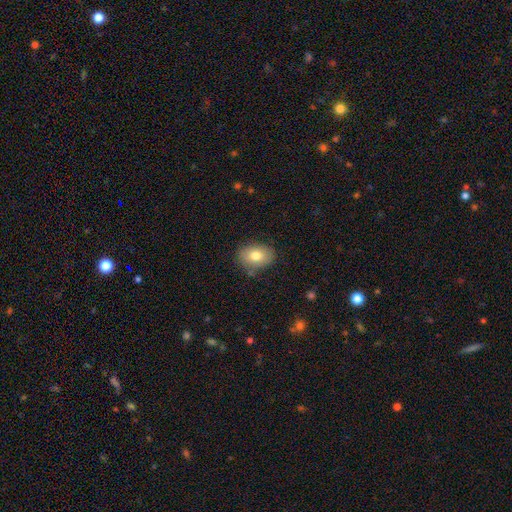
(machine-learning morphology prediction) Overall: smooth (77%). How rounded: in between (72%). Merging: none (81%).